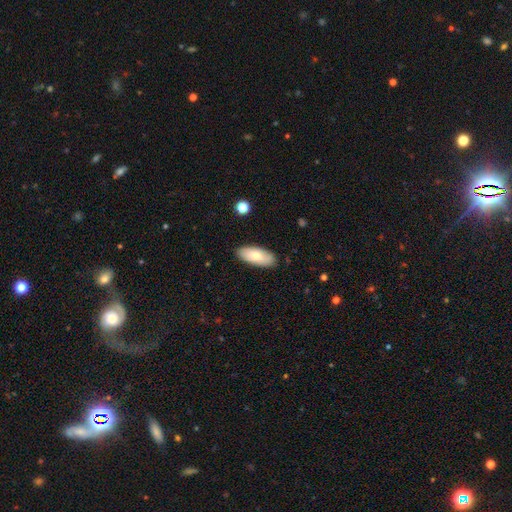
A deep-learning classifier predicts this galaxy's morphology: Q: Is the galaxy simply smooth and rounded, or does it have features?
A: smooth — 73%.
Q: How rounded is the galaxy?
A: in between — 84%.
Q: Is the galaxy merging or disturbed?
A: none — 87%.